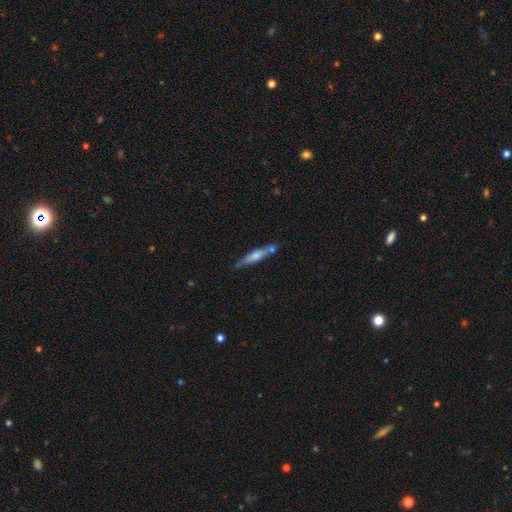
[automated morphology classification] The model was most divided on "smooth or featured": smooth: 54%, featured or disk: 40%, star or artifact: 6%. More confident: how rounded — cigar-shaped (87%); merging — none (68%).